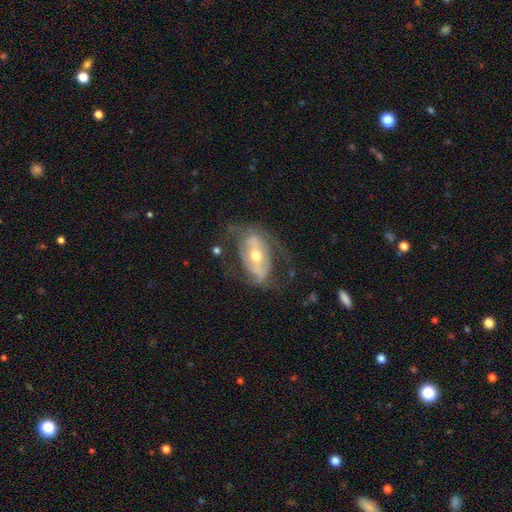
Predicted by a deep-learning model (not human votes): Smooth or featured: featured or disk — 75% (smooth — 18%)
Edge-on disk: no — 93% (yes — 7%)
Bar: strong — 36% (no — 34%)
Spiral arms: yes — 68% (no — 32%)
Bulge size: moderate — 62% (small — 31%)
Merging: none — 52% (major disturbance — 24%)